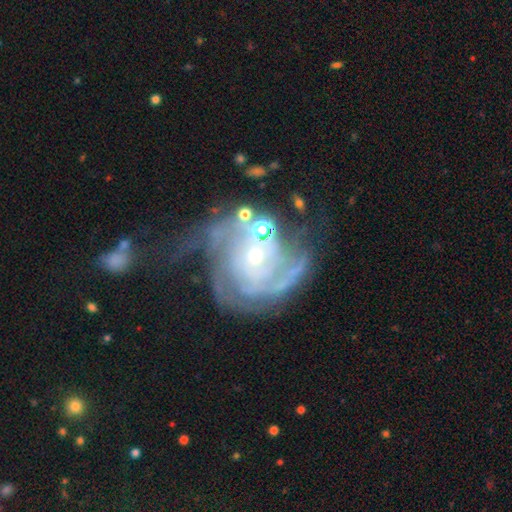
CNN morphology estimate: smooth_or_featured: featured or disk (p=0.87) [alt: star or artifact p=0.07]
disk_edge_on: no (p=0.98) [alt: yes p=0.02]
bar: no (p=0.71) [alt: weak p=0.22]
has_spiral_arms: yes (p=0.96) [alt: no p=0.04]
spiral_winding: tight (p=0.55) [alt: medium p=0.35]
spiral_arm_count: 2 (p=0.29) [alt: 3 p=0.24]
bulge_size: small (p=0.57) [alt: moderate p=0.36]
merging: none (p=0.47) [alt: minor disturbance p=0.22]